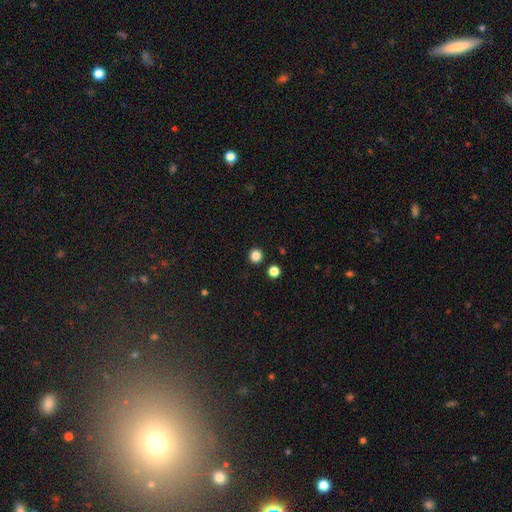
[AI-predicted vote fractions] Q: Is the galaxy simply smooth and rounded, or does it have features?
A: smooth — 84%.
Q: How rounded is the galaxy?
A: round — 94%.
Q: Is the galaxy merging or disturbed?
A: none — 91%.